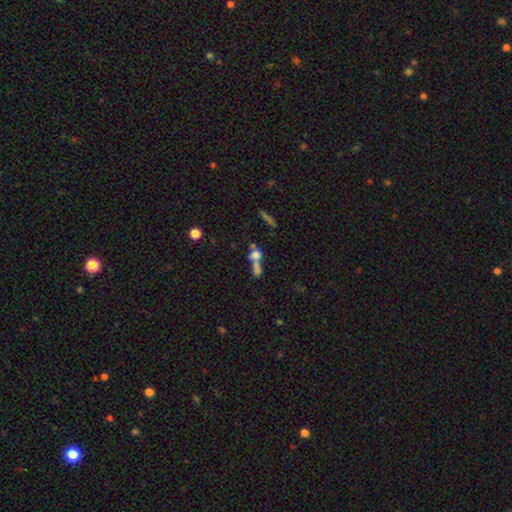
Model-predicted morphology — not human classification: smooth_or_featured: smooth (p=0.58) [alt: featured or disk p=0.25]
how_rounded: in between (p=0.40) [alt: round p=0.35]
merging: merger (p=0.56) [alt: none p=0.28]